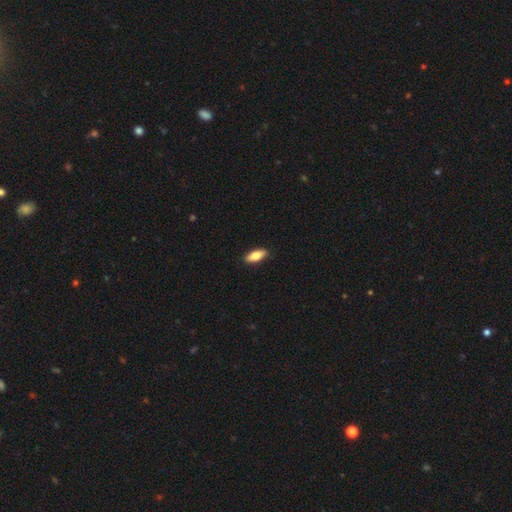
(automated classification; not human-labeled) A smooth galaxy with no disk features (79%) that is in between round and cigar-shaped (78%).

Vote fractions:
- Smooth or featured? smooth: 79% / featured or disk: 15% / star or artifact: 6%
- How rounded? in between: 78% / cigar-shaped: 20% / round: 2%
- Merging? none: 90% / minor disturbance: 8% / major disturbance: 2% / merger: 1%